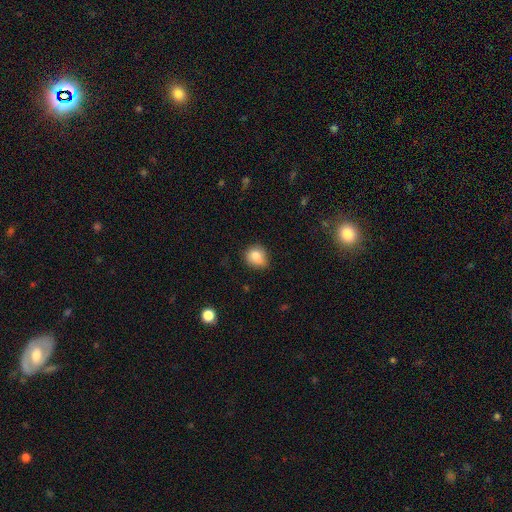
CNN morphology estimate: smooth 80%, star or artifact 10%, featured or disk 10%. Down the decision tree: how rounded — round (74%); merging — none (64%).